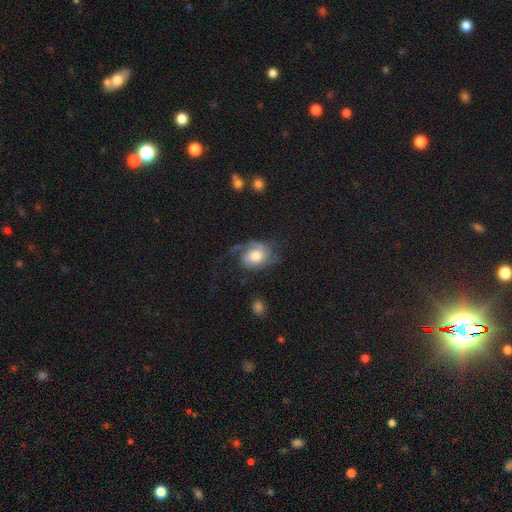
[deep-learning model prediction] Q: Smooth or featured?
A: featured or disk (58%); runner-up: smooth (34%)
Q: Edge-on disk?
A: no (97%); runner-up: yes (3%)
Q: Bar?
A: no (74%); runner-up: weak (22%)
Q: Spiral arms?
A: yes (86%); runner-up: no (14%)
Q: Bulge size?
A: moderate (52%); runner-up: large (33%)
Q: Merging?
A: none (43%); runner-up: major disturbance (30%)